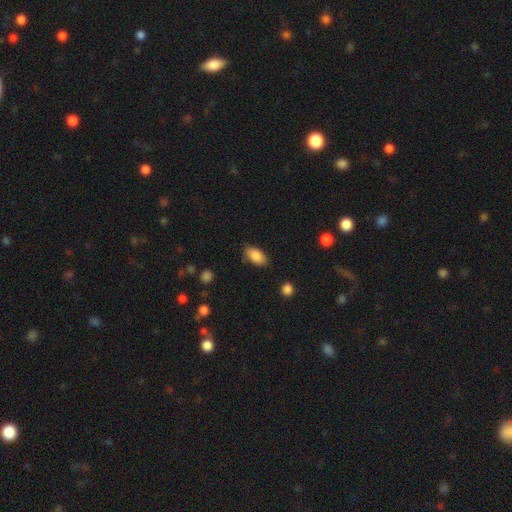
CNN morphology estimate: type=smooth (86%); roundness=in between (93%); merging=none (81%).